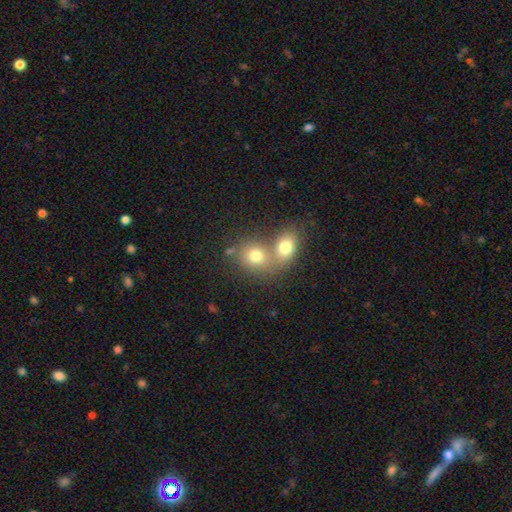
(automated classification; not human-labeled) Q: Smooth or featured?
A: smooth (74%); runner-up: featured or disk (14%)
Q: How rounded?
A: round (66%); runner-up: in between (33%)
Q: Merging?
A: merger (59%); runner-up: none (31%)